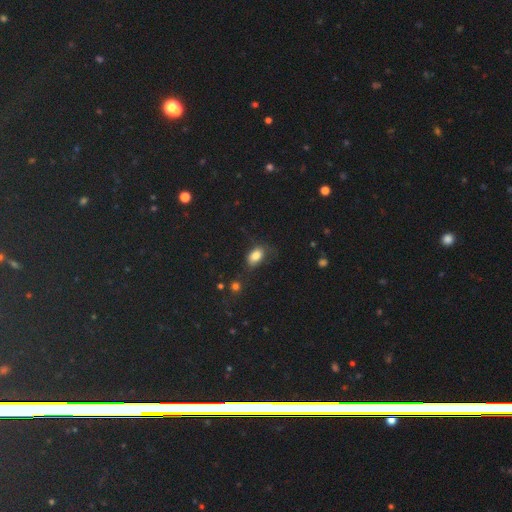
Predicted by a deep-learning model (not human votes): Smooth or featured? Predicted: smooth (p=0.82). How rounded? Predicted: in between (p=0.86). Merging? Predicted: none (p=0.60).